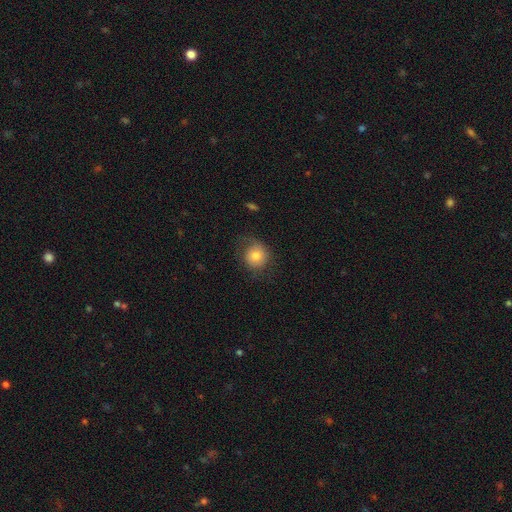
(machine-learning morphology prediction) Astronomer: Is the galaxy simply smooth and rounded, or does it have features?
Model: smooth — 73%.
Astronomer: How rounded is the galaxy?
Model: round — 82%.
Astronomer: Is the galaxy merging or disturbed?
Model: none — 59%.